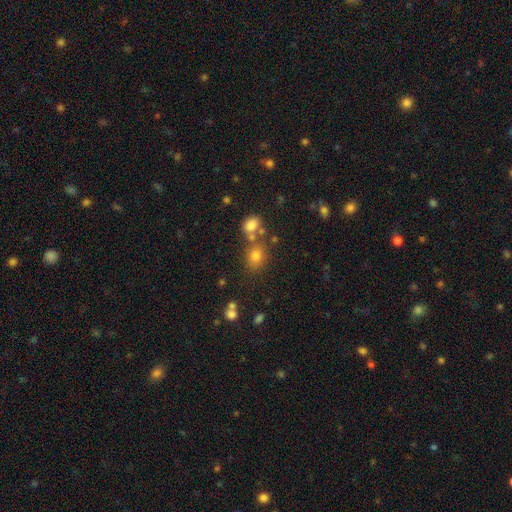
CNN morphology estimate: smooth 74%, star or artifact 17%, featured or disk 9%. Down the decision tree: how rounded — round (61%); merging — none (62%).